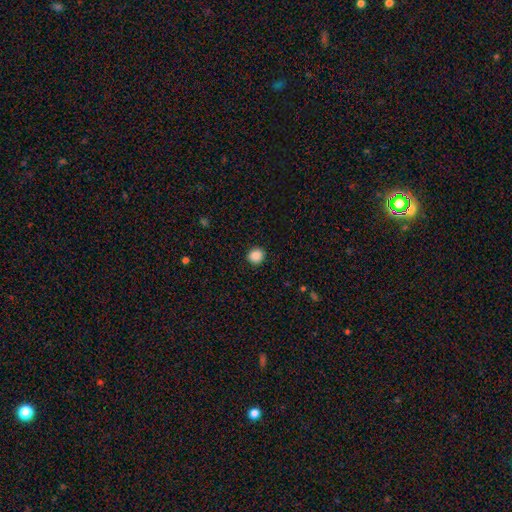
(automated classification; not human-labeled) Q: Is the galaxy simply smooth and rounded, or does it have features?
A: smooth — 88%.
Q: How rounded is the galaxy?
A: round — 88%.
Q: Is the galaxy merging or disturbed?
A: none — 91%.